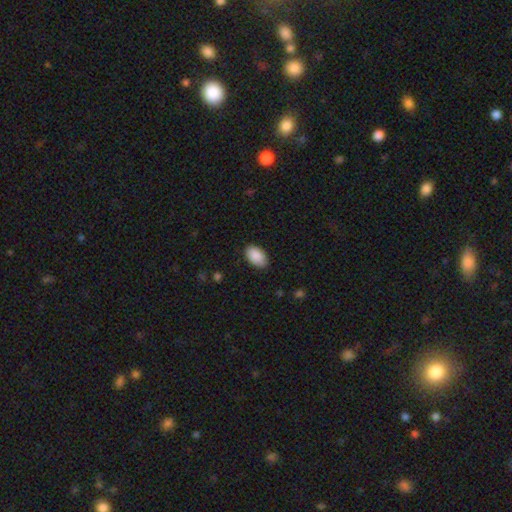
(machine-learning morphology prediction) A smooth galaxy with no disk features (90%) that is in between round and cigar-shaped (93%).

Vote fractions:
- Smooth or featured? smooth: 90% / star or artifact: 6% / featured or disk: 4%
- How rounded? in between: 93% / round: 6% / cigar-shaped: 1%
- Merging? none: 85% / minor disturbance: 12% / major disturbance: 2% / merger: 1%